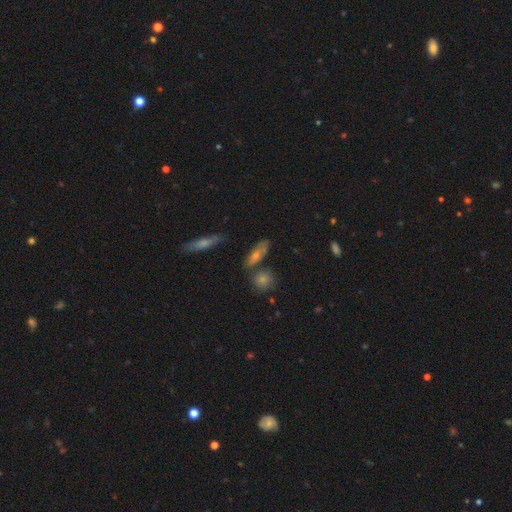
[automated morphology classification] This appears to be a smooth galaxy with no disk features (51%) that is in between round and cigar-shaped (49%). Merging: none (70%).